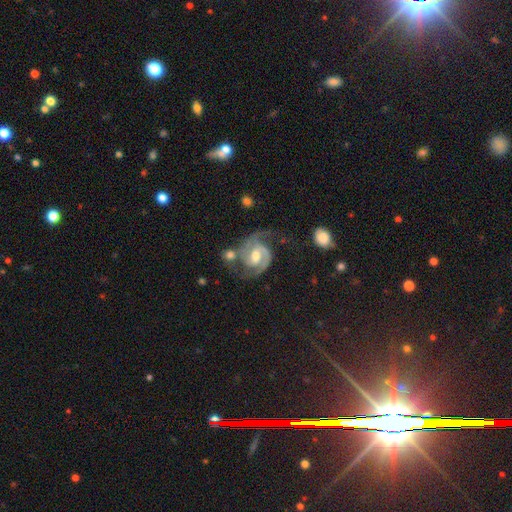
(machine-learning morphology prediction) Smooth or featured? featured or disk (91%)
Edge-on disk? no (98%)
Bar? weak (50%)
Spiral arms? yes (98%)
Spiral winding? medium (53%)
Spiral arm count? 2 (90%)
Bulge size? moderate (69%)
Merging? none (57%)